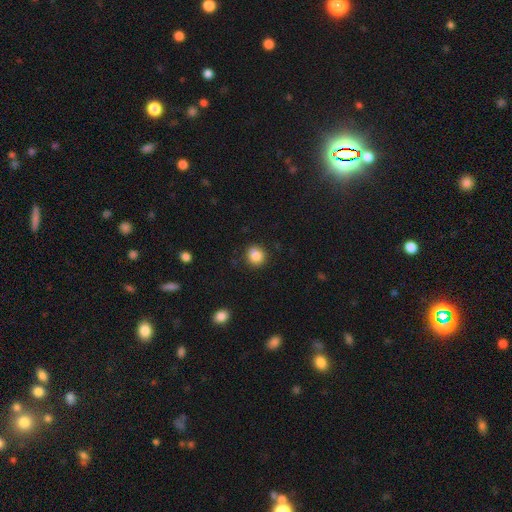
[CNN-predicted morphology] This is clearly a smooth galaxy (87%). How rounded: clearly round (82%). Merging: clearly none (88%).